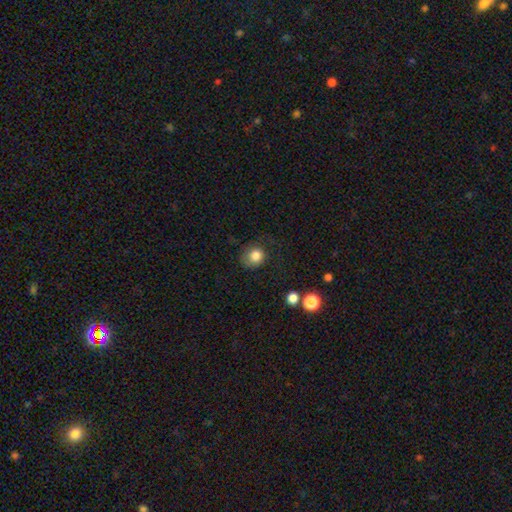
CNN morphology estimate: Smooth or featured?
  - smooth: 82% *
  - star or artifact: 10%
  - featured or disk: 8%
How rounded?
  - round: 75% *
  - in between: 24%
  - cigar-shaped: 1%
Merging?
  - none: 55% *
  - minor disturbance: 26%
  - major disturbance: 17%
  - merger: 2%